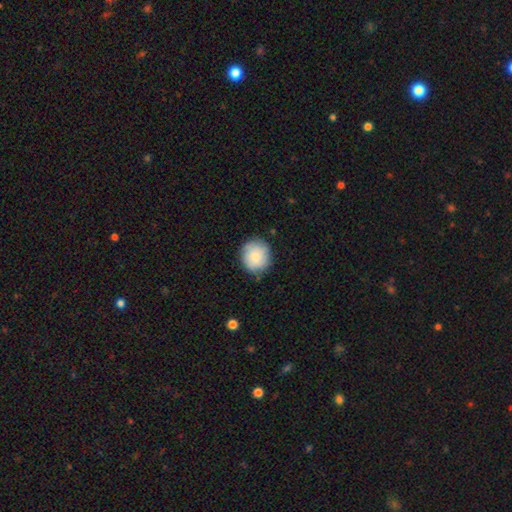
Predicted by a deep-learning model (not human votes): A smooth galaxy with no disk features (76%) that is round (86%).

Vote fractions:
- Smooth or featured? smooth: 76% / featured or disk: 17% / star or artifact: 7%
- How rounded? round: 86% / in between: 13% / cigar-shaped: 1%
- Merging? none: 81% / minor disturbance: 15% / major disturbance: 3% / merger: 1%